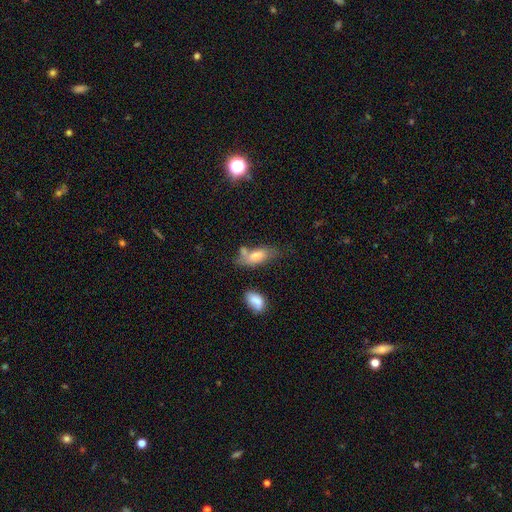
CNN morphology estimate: This appears to be a smooth galaxy with no disk features (72%) that is in between round and cigar-shaped (81%). Merging: none (47%).